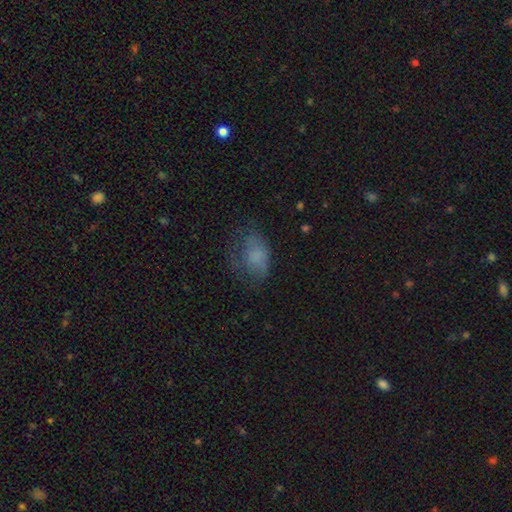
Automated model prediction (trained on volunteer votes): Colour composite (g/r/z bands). It shows a smooth galaxy with no disk features (64%) that is in between round and cigar-shaped (80%). Merging: none (43%).